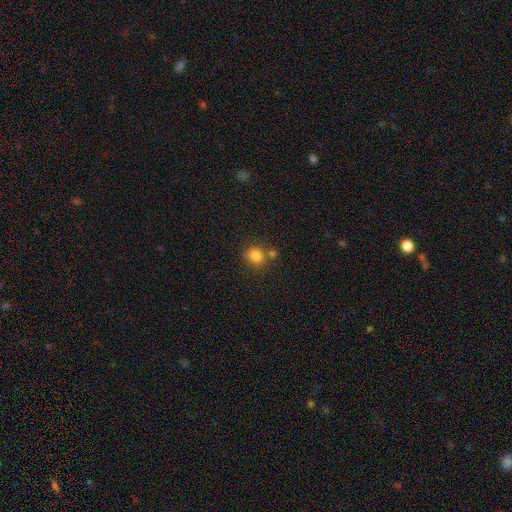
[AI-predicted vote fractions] smooth 81%, star or artifact 12%, featured or disk 6%. Down the decision tree: how rounded — round (73%); merging — none (63%).